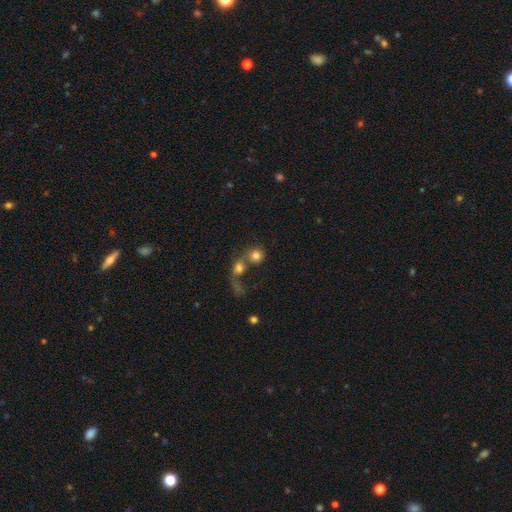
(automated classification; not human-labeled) A smooth galaxy with no disk features (78%) that is round (85%). Merging: merger (51%).